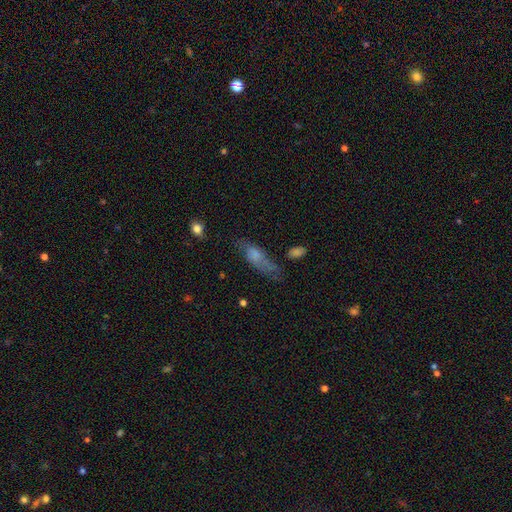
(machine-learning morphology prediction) Smooth or featured? Predicted: smooth (p=0.55). How rounded? Predicted: in between (p=0.56). Merging? Predicted: none (p=0.43).